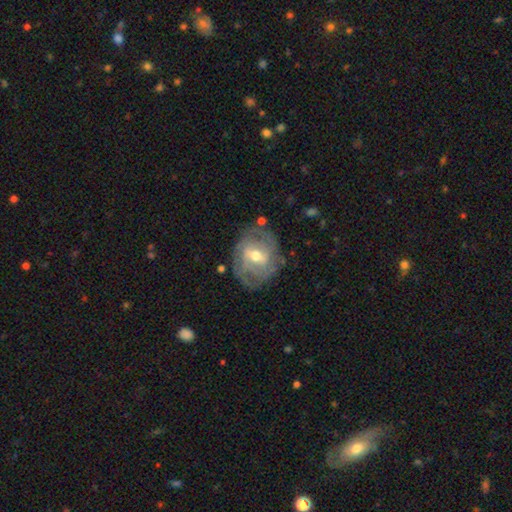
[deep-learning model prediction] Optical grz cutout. It shows a featured or disk galaxy (78%) with a weak bar (52%), tight (56%) spiral arms (83%) and a moderate central bulge (71%). Merging: none (70%).